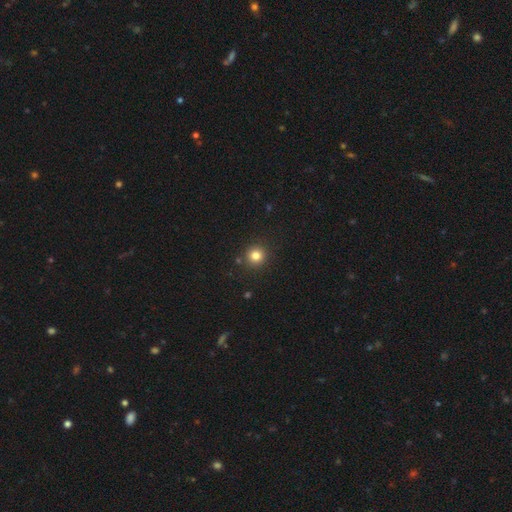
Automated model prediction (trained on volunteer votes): Overall: smooth (82%). How rounded: round (93%). Merging: none (89%).